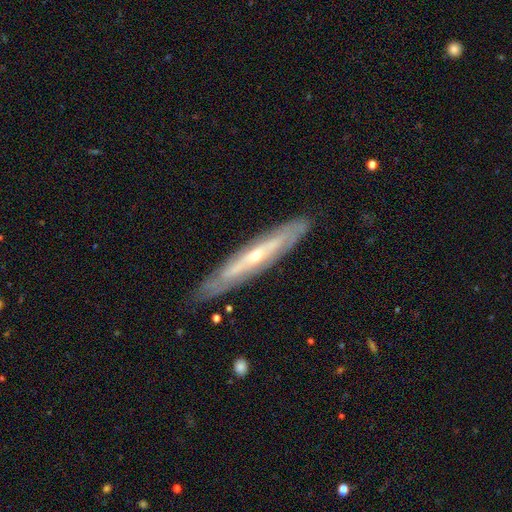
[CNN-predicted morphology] Smooth or featured: featured or disk — 75% (smooth — 19%)
Edge-on disk: yes — 67% (no — 33%)
Edge-on bulge: rounded — 72% (none — 26%)
Merging: none — 83% (minor disturbance — 13%)